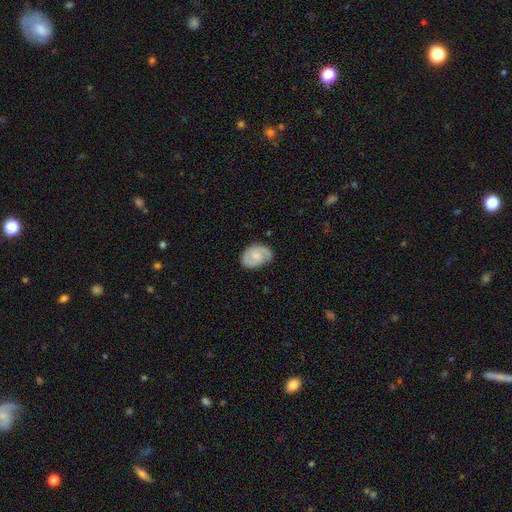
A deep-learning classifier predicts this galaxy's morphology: The model was most divided on "bulge size": small: 40%, moderate: 38%, none: 16%, large: 5%, dominant: 1%. More confident: edge-on disk — no (97%); spiral arms — yes (87%); merging — none (71%); bar — no (61%); smooth or featured — featured or disk (56%).